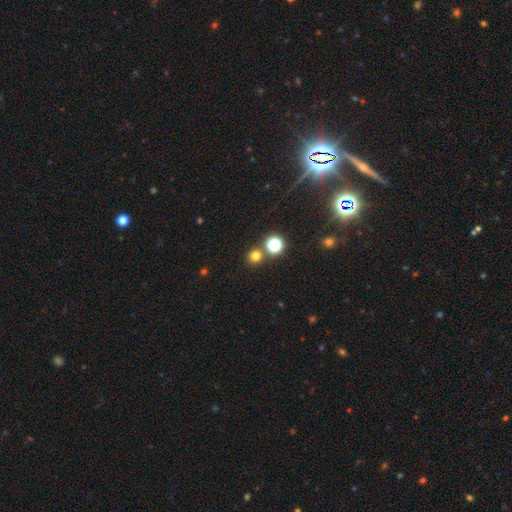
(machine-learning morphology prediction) Q: Smooth or featured?
A: smooth (72%); runner-up: star or artifact (22%)
Q: How rounded?
A: round (92%); runner-up: in between (7%)
Q: Merging?
A: none (81%); runner-up: merger (10%)